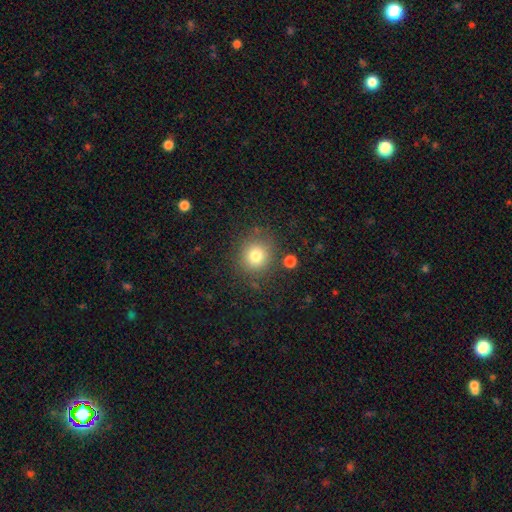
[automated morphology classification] This is likely a smooth galaxy (79%). How rounded: clearly round (84%). Merging: clearly none (81%).